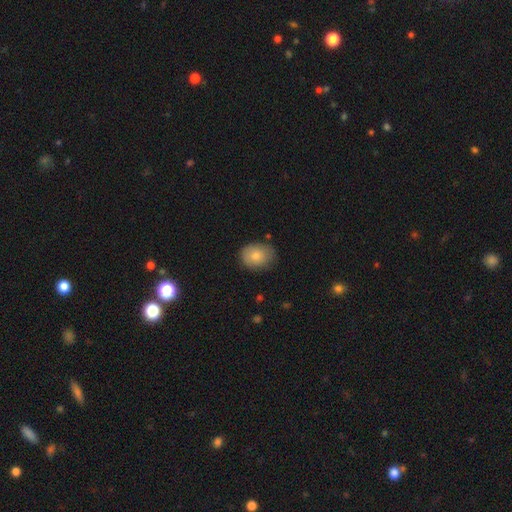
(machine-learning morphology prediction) The model was most divided on "how rounded": in between: 58%, round: 41%, cigar-shaped: 1%. More confident: smooth or featured — smooth (79%); merging — none (76%).